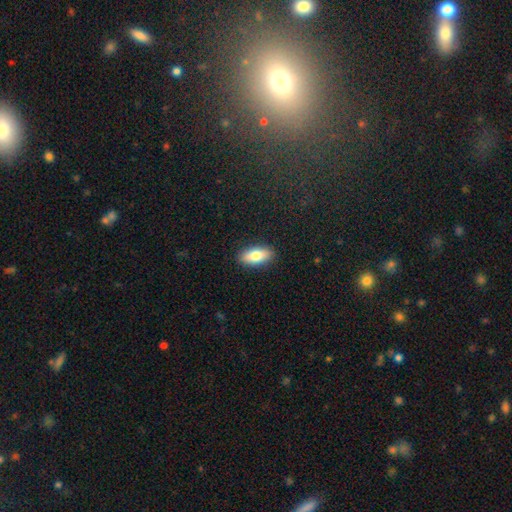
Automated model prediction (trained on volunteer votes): Morphology: type=smooth (80%); roundness=in between (87%); merging=none (89%).